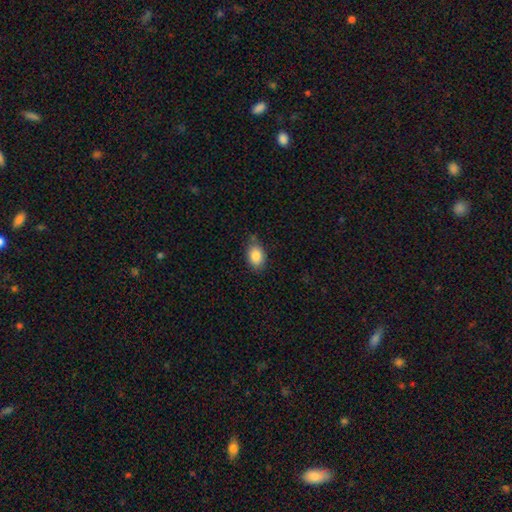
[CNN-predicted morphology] This is clearly a smooth galaxy (86%). How rounded: likely in between (79%). Merging: likely none (74%).